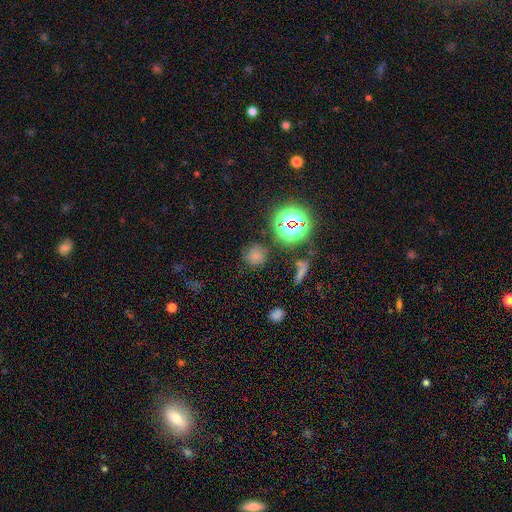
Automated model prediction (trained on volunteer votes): smooth-or-featured: smooth: 60% | star or artifact: 31% | featured or disk: 9%
  how-rounded: round: 86% | in between: 13% | cigar-shaped: 1%
  merging: none: 74% | minor disturbance: 14% | major disturbance: 7% | merger: 6%